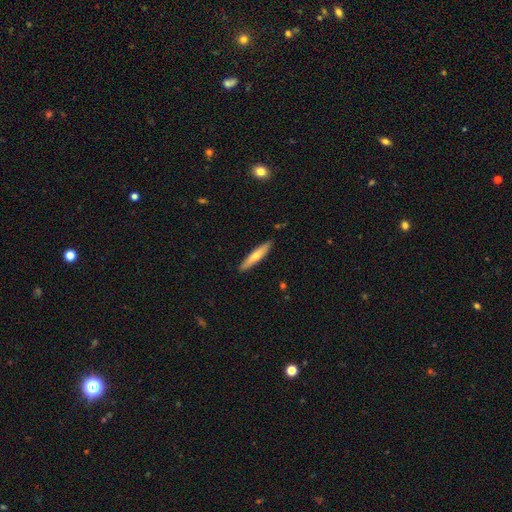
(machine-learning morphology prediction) smooth-or-featured: smooth: 55% | featured or disk: 39% | star or artifact: 6%
  how-rounded: cigar-shaped: 89% | in between: 10% | round: 1%
  merging: none: 88% | minor disturbance: 9% | major disturbance: 2% | merger: 1%